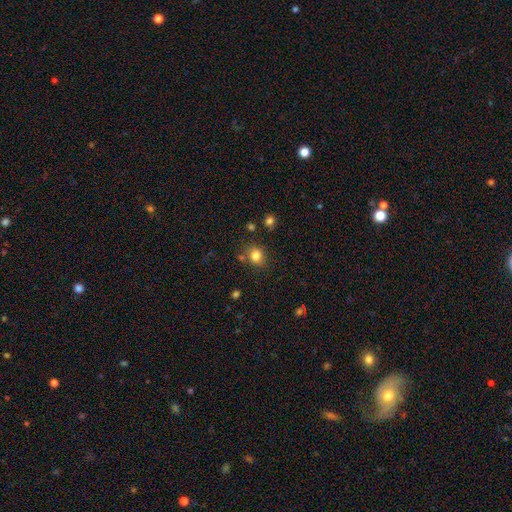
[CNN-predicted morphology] type=smooth (82%); roundness=round (74%); merging=none (78%).